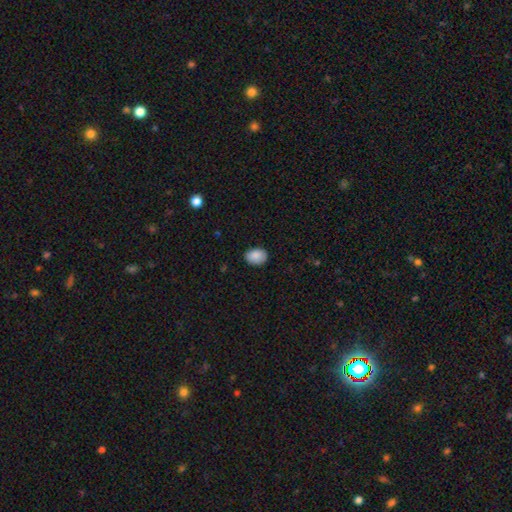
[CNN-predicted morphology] Overall: smooth (88%). How rounded: in between (74%). Merging: none (84%).